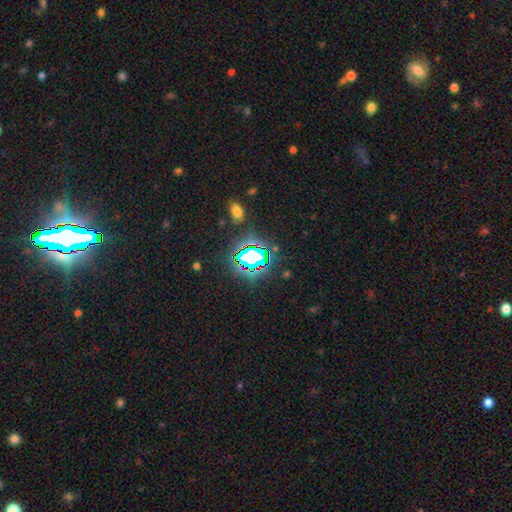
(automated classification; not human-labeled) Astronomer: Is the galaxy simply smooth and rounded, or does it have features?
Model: star or artifact — 73%.